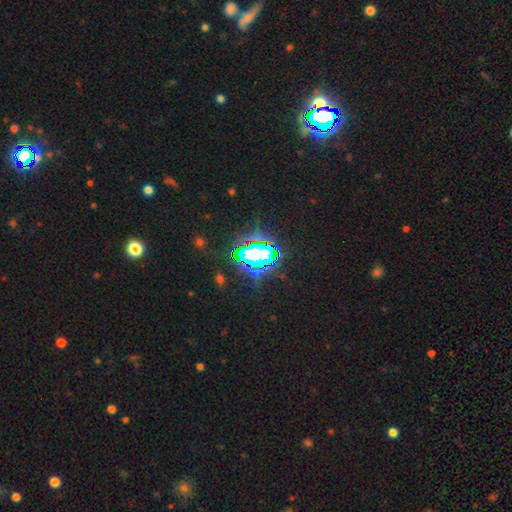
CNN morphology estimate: smooth_or_featured: star or artifact (p=0.69) [alt: smooth p=0.17]